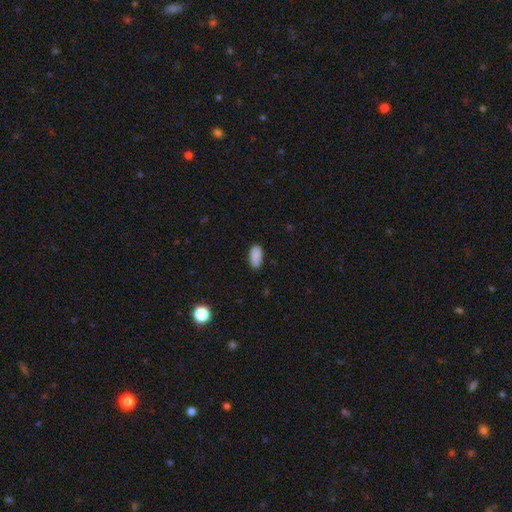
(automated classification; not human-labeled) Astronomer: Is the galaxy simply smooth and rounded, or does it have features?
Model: smooth — 89%.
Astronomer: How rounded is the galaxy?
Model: in between — 92%.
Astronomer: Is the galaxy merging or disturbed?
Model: none — 87%.